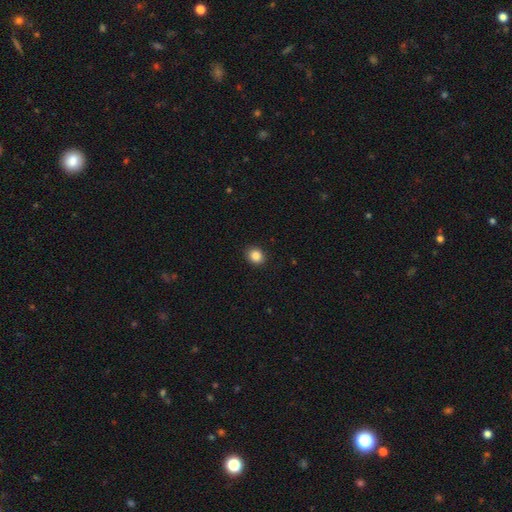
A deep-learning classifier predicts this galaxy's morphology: smooth-or-featured: smooth: 86% | star or artifact: 10% | featured or disk: 4%
  how-rounded: round: 65% | in between: 35% | cigar-shaped: 1%
  merging: none: 90% | minor disturbance: 7% | major disturbance: 2% | merger: 1%